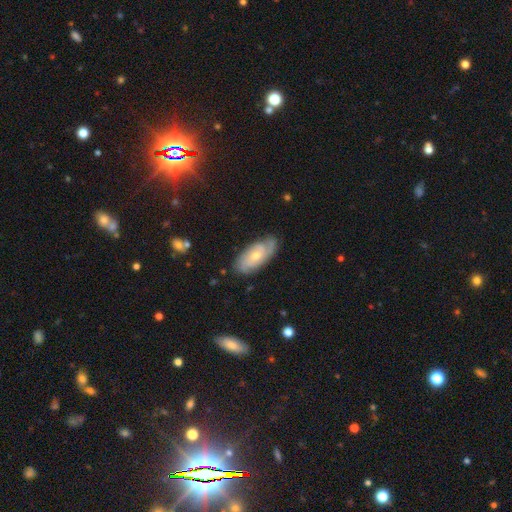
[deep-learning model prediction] This appears to be a featured or disk galaxy (68%) with no bar (68%), 2 (36%, tied with can't tell) tight (56%) spiral arms (90%) and a moderate central bulge (49%). Merging: none (76%).